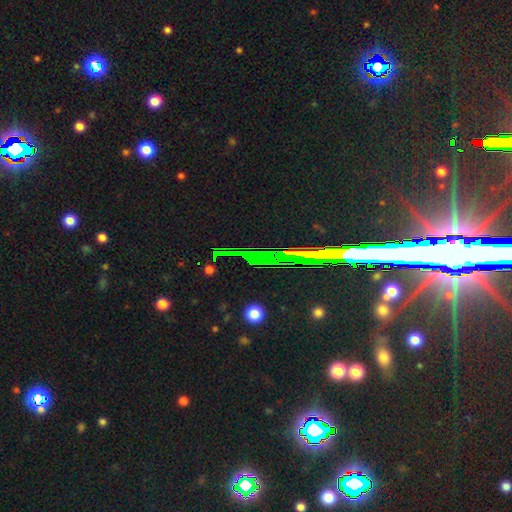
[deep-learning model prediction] Smooth or featured? Predicted: star or artifact (p=0.75).